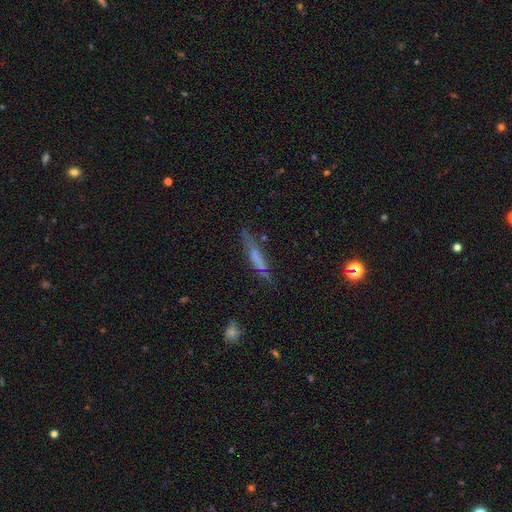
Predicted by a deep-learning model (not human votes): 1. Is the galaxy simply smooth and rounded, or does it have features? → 47% smooth, 41% featured or disk, 12% star or artifact.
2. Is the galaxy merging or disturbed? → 71% none, 20% minor disturbance, 7% major disturbance, 3% merger.